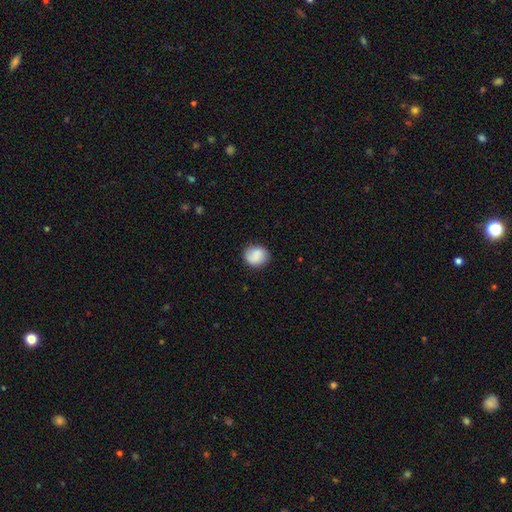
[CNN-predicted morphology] smooth-or-featured: smooth: 82% | featured or disk: 11% | star or artifact: 8%
  how-rounded: round: 72% | in between: 27% | cigar-shaped: 1%
  merging: none: 82% | minor disturbance: 13% | major disturbance: 3% | merger: 2%